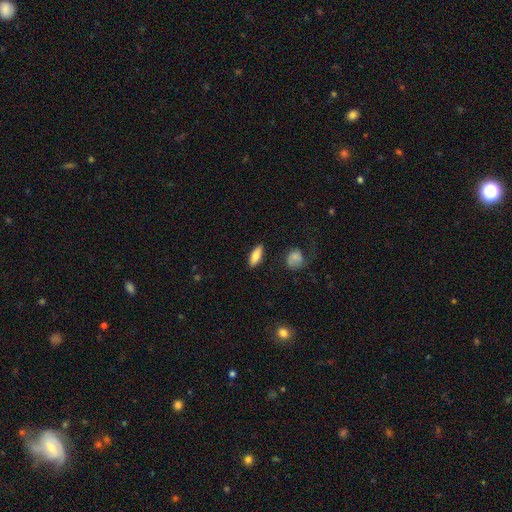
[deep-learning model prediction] Smooth or featured?
  - smooth: 78% *
  - featured or disk: 16%
  - star or artifact: 7%
How rounded?
  - in between: 68% *
  - cigar-shaped: 30%
  - round: 3%
Merging?
  - none: 87% *
  - minor disturbance: 9%
  - major disturbance: 2%
  - merger: 2%